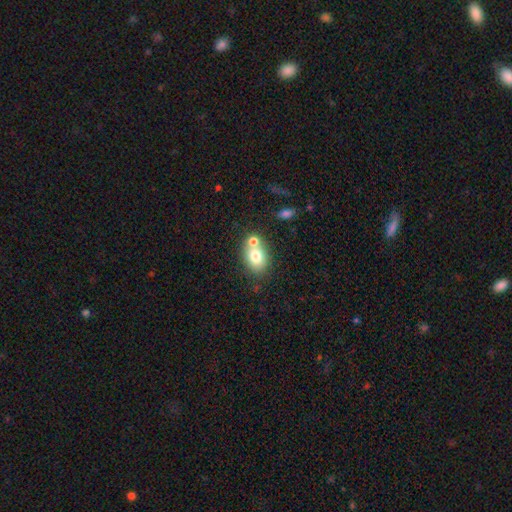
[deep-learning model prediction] This appears to be a smooth galaxy with no disk features (75%) that is in between round and cigar-shaped (65%). Merging: none (49%).